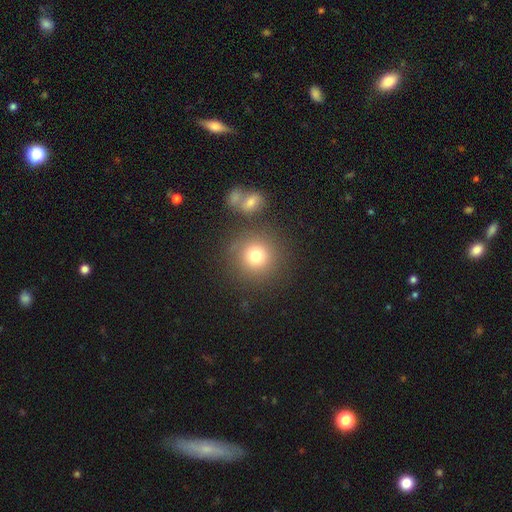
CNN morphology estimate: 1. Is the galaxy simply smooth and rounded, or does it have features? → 77% smooth, 13% star or artifact, 10% featured or disk.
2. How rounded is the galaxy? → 92% round, 7% in between, 1% cigar-shaped.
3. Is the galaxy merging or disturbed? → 78% none, 9% minor disturbance, 8% merger, 4% major disturbance.